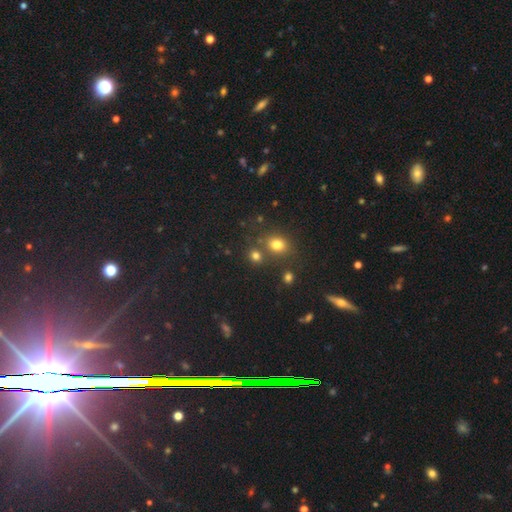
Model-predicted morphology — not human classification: Overall: smooth (74%). How rounded: round (68%; in between 31%). Merging: none (65%).